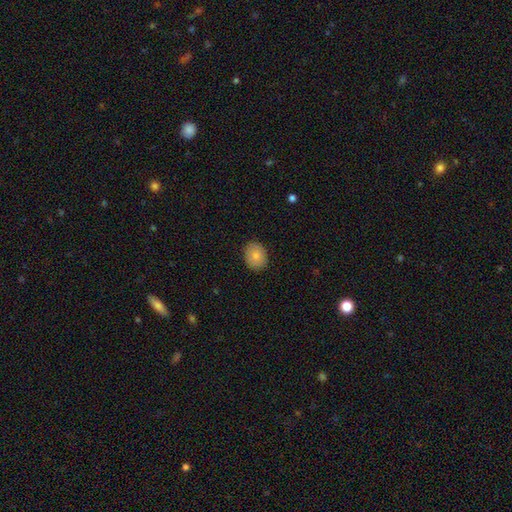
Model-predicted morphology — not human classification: Smooth or featured? Predicted: smooth (p=0.85). How rounded? Predicted: in between (p=0.56). Merging? Predicted: none (p=0.88).